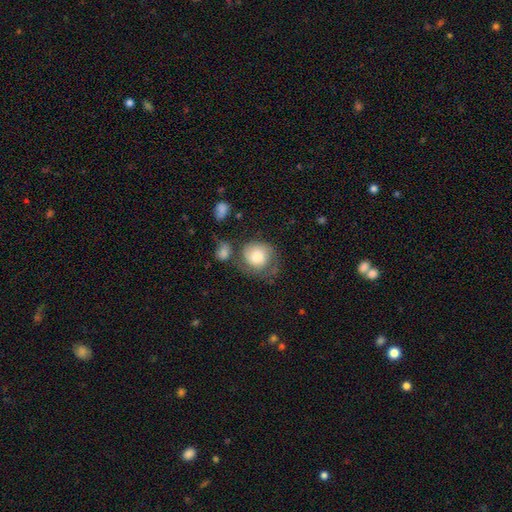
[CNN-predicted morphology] Smooth or featured: smooth — 63% (featured or disk — 30%)
How rounded: round — 73% (in between — 26%)
Merging: none — 39% (minor disturbance — 26%)